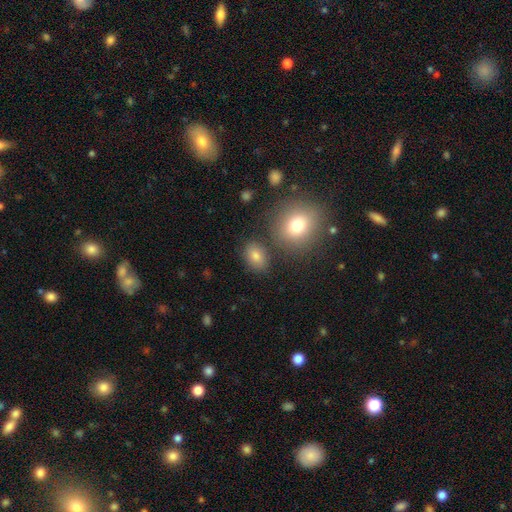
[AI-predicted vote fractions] This is likely a smooth galaxy (80%). How rounded: likely in between (72%). Merging: likely none (78%).